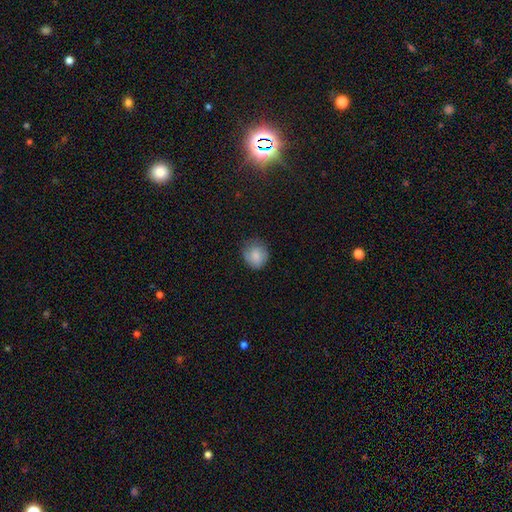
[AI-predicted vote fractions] Overall: smooth (81%). How rounded: round (80%). Merging: none (70%).